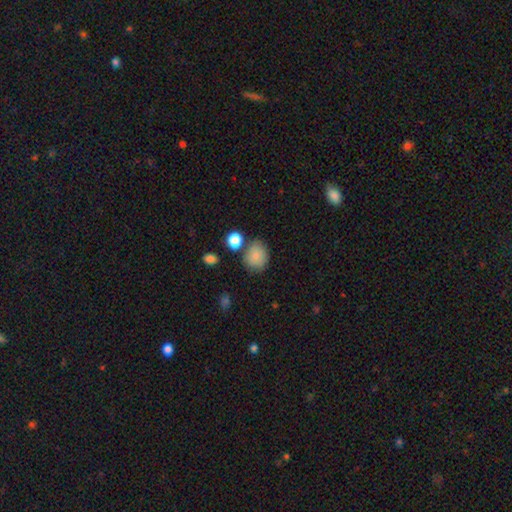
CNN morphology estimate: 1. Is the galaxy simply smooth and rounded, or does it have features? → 81% smooth, 10% featured or disk, 9% star or artifact.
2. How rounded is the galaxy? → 63% round, 36% in between, 1% cigar-shaped.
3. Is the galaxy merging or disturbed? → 65% none, 18% minor disturbance, 11% merger, 5% major disturbance.